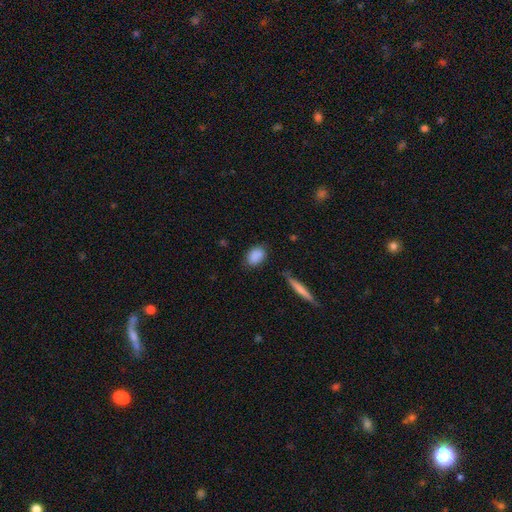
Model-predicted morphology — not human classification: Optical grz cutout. It shows a smooth galaxy with no disk features (88%) that is in between round and cigar-shaped (79%). Merging: none (79%).